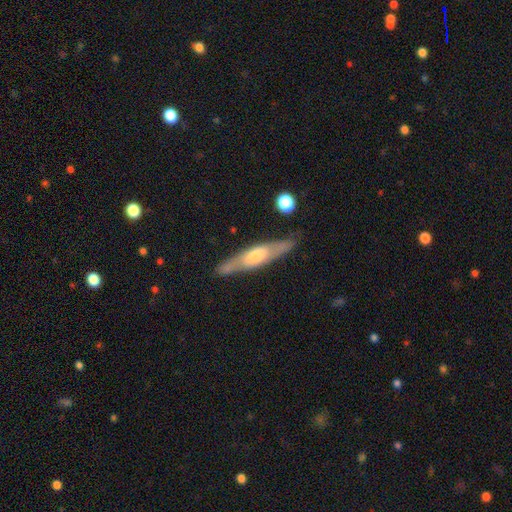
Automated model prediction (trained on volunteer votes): smooth-or-featured: featured or disk: 69% | smooth: 25% | star or artifact: 6%
  disk-edge-on: yes: 85% | no: 15%
    edge-on-bulge: rounded: 71% | boxy: 19% | none: 10%
  merging: none: 85% | minor disturbance: 11% | major disturbance: 3% | merger: 2%